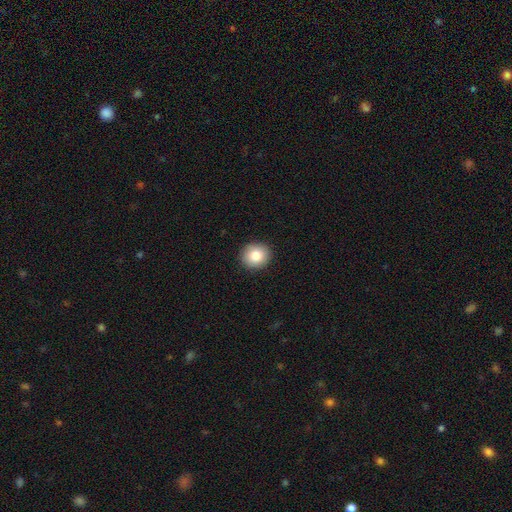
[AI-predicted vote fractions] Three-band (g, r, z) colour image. It shows a smooth galaxy with no disk features (83%) that is round (85%). Merging: none (92%).